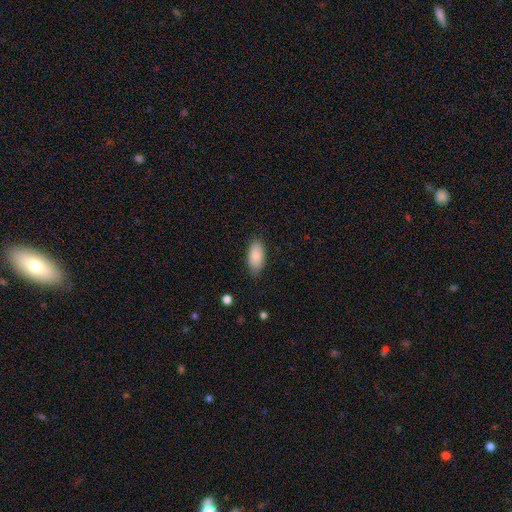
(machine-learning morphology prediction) Smooth or featured?
  - smooth: 86% *
  - featured or disk: 7%
  - star or artifact: 7%
How rounded?
  - in between: 92% *
  - cigar-shaped: 6%
  - round: 3%
Merging?
  - none: 81% *
  - minor disturbance: 15%
  - major disturbance: 3%
  - merger: 1%